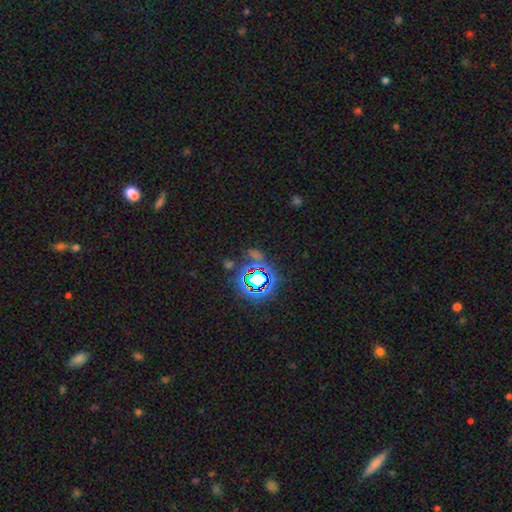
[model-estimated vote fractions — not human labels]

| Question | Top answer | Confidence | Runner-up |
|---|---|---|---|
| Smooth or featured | star or artifact | 72% | smooth (18%) |